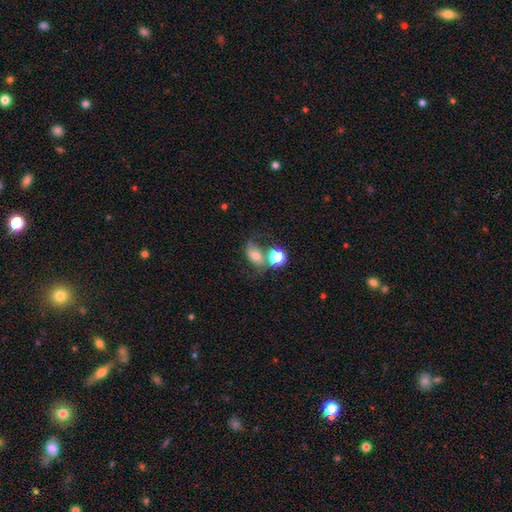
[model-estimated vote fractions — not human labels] Smooth or featured? smooth (64%)
How rounded? in between (70%)
Merging? none (41%)